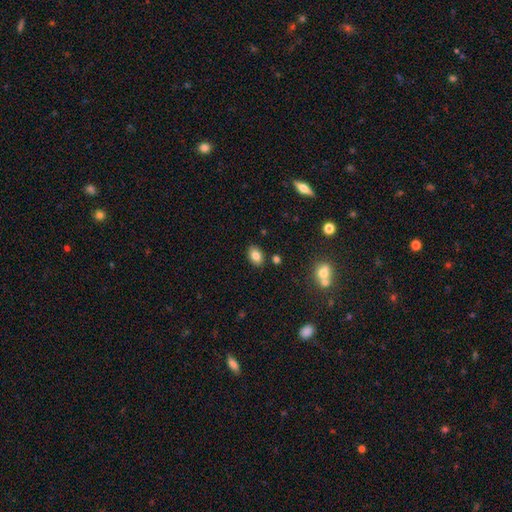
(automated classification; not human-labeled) Q: Smooth or featured?
A: smooth (83%); runner-up: star or artifact (9%)
Q: How rounded?
A: in between (83%); runner-up: round (16%)
Q: Merging?
A: none (85%); runner-up: minor disturbance (9%)